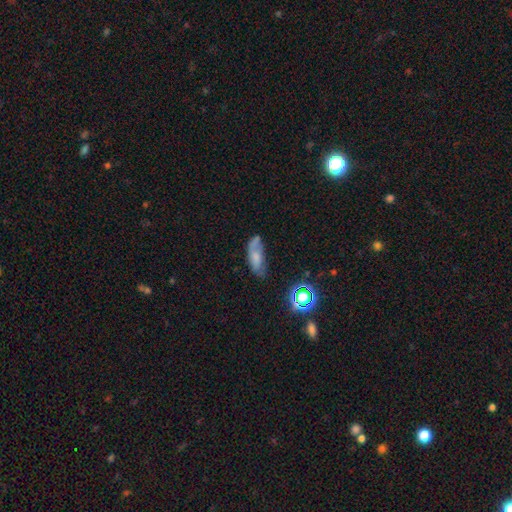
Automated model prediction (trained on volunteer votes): A smooth galaxy with no disk features (56%) that is in between round and cigar-shaped (73%). Merging: none (49%).